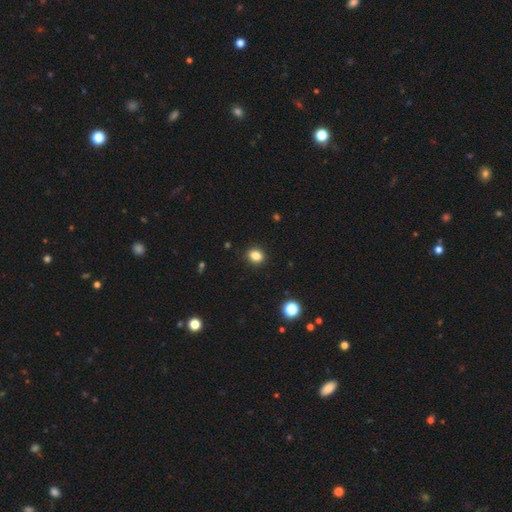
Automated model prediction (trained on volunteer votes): smooth-or-featured: smooth: 84% | star or artifact: 12% | featured or disk: 4%
  how-rounded: round: 51% | in between: 48% | cigar-shaped: 1%
  merging: none: 90% | minor disturbance: 7% | major disturbance: 2% | merger: 1%